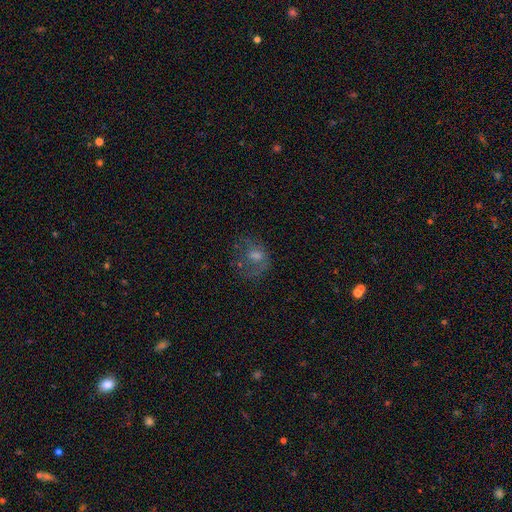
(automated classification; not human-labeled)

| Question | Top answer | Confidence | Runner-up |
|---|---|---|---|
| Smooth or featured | smooth | 42% | featured or disk (39%) |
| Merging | none | 46% | major disturbance (29%) |